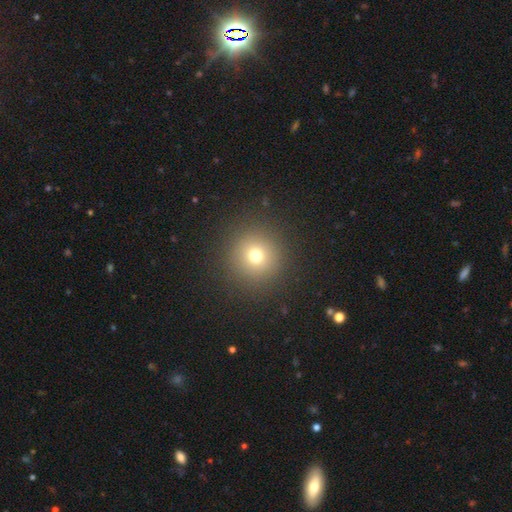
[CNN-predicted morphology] Smooth or featured? Predicted: smooth (p=0.71). How rounded? Predicted: round (p=0.95). Merging? Predicted: none (p=0.90).